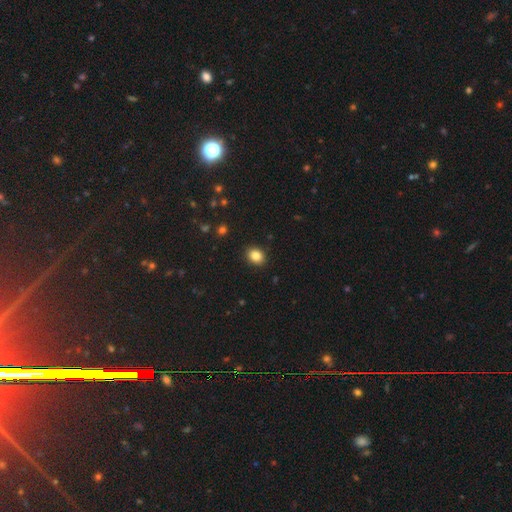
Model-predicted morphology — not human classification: Smooth or featured: smooth — 85% (star or artifact — 10%)
How rounded: in between — 54% (round — 45%)
Merging: none — 90% (minor disturbance — 7%)